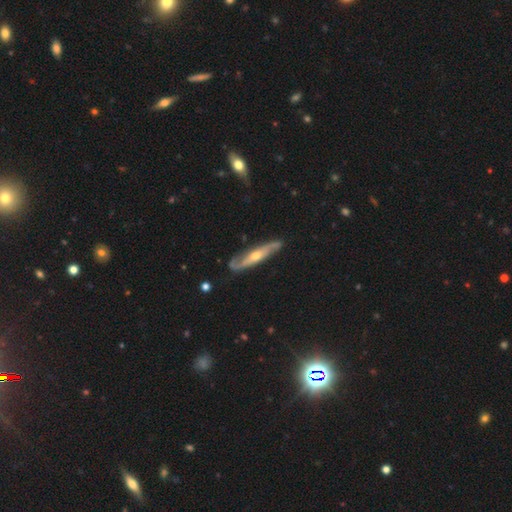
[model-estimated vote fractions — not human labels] The model was most divided on "edge-on disk": no: 51%, yes: 49%. More confident: merging — none (79%); smooth or featured — featured or disk (78%).